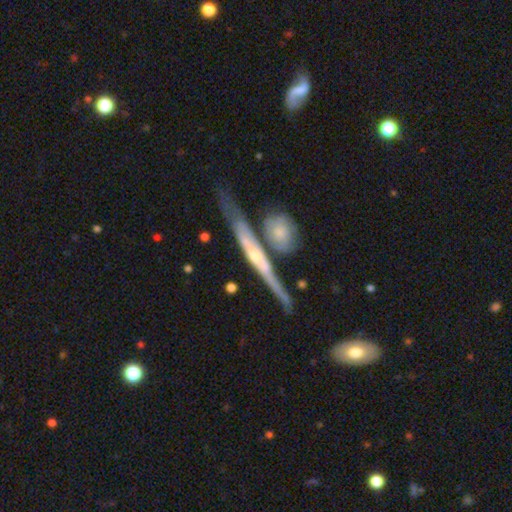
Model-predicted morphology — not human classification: Smooth or featured? Predicted: featured or disk (p=0.79). Edge-on disk? Predicted: yes (p=0.93). Edge-on bulge? Predicted: rounded (p=0.63). Merging? Predicted: none (p=0.65).